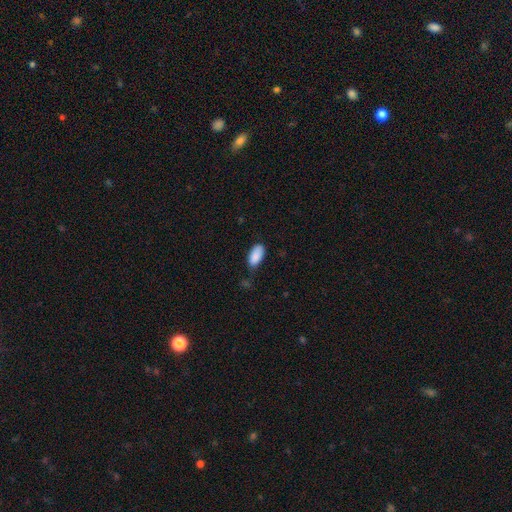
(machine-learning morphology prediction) smooth 89%, star or artifact 7%, featured or disk 4%. Down the decision tree: how rounded — in between (94%); merging — none (67%).